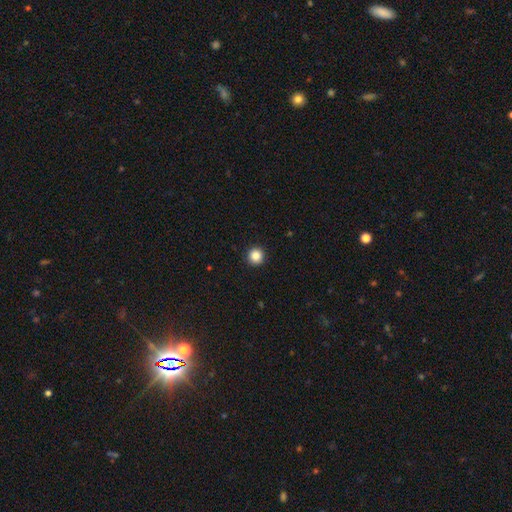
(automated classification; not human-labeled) Overall: smooth (86%). How rounded: round (95%). Merging: none (93%).